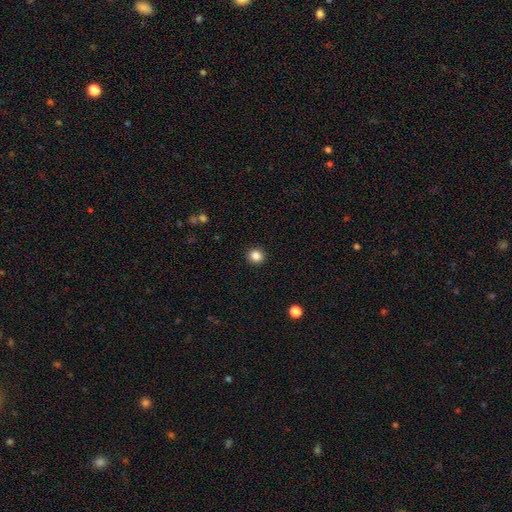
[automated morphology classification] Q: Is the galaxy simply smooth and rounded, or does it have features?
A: smooth — 85%.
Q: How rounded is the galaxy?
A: round — 81%.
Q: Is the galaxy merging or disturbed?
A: none — 92%.